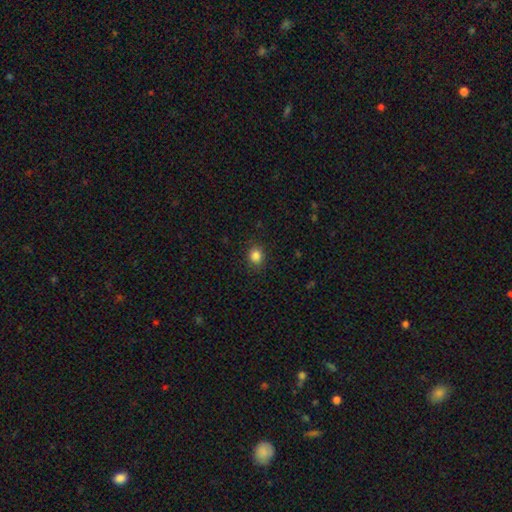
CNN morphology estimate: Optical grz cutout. It shows a smooth galaxy with no disk features (85%) that is round (77%). Merging: none (89%).